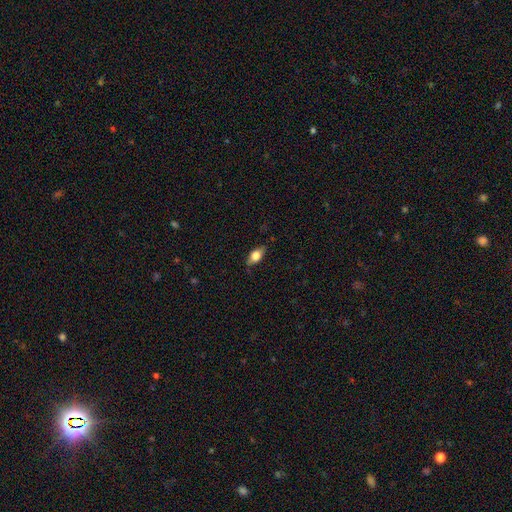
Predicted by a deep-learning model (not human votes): A smooth galaxy with no disk features (68%) that is in between round and cigar-shaped (83%). Merging: none (79%).